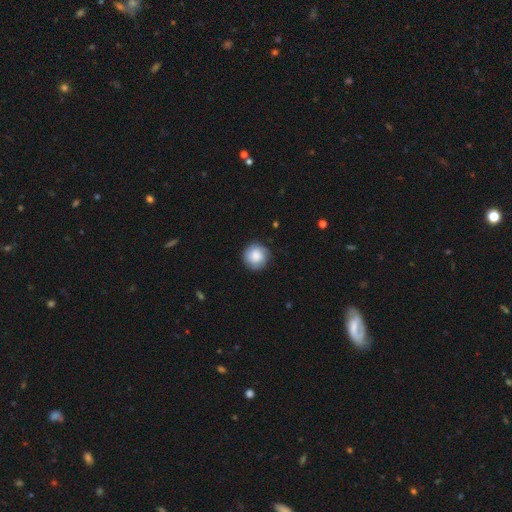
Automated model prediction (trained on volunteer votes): smooth 80%, featured or disk 13%, star or artifact 7%. Down the decision tree: how rounded — round (94%); merging — none (83%).